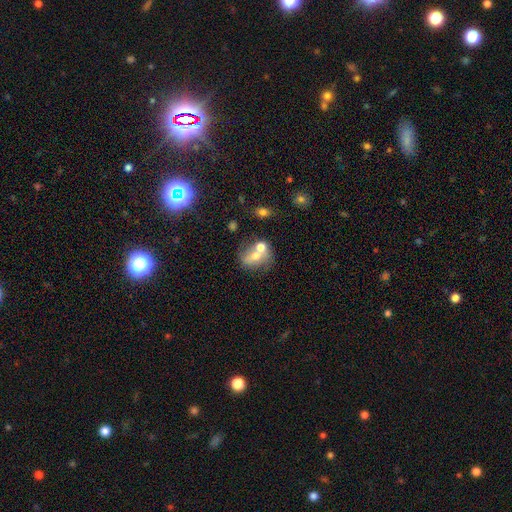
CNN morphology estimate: Smooth or featured?
  - smooth: 58% *
  - featured or disk: 31%
  - star or artifact: 12%
How rounded?
  - round: 52% *
  - in between: 47%
  - cigar-shaped: 1%
Merging?
  - merger: 47% *
  - none: 34%
  - minor disturbance: 12%
  - major disturbance: 7%